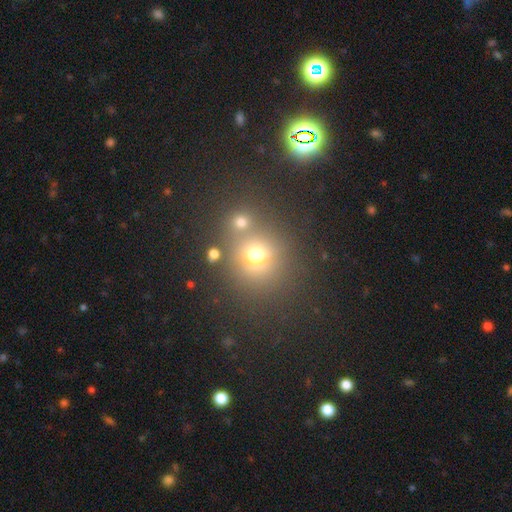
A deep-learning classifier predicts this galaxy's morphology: Overall: smooth (66%). How rounded: round (83%). Merging: none (56%; merger 28%).